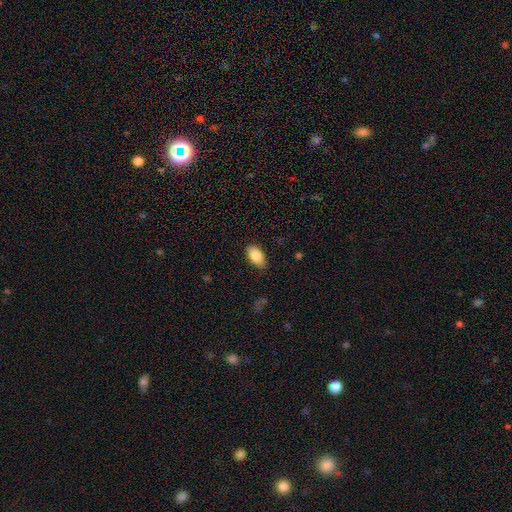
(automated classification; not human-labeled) Smooth or featured? smooth (88%)
How rounded? in between (94%)
Merging? none (82%)